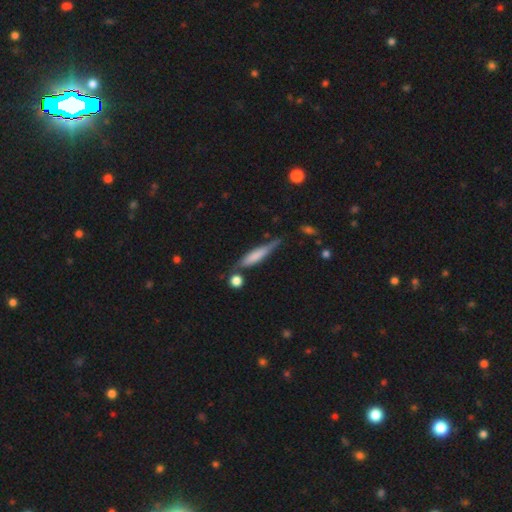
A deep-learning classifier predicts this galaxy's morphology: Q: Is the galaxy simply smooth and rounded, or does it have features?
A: smooth — 60%.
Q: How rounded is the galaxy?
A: cigar-shaped — 85%.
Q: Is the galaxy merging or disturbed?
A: none — 66%.